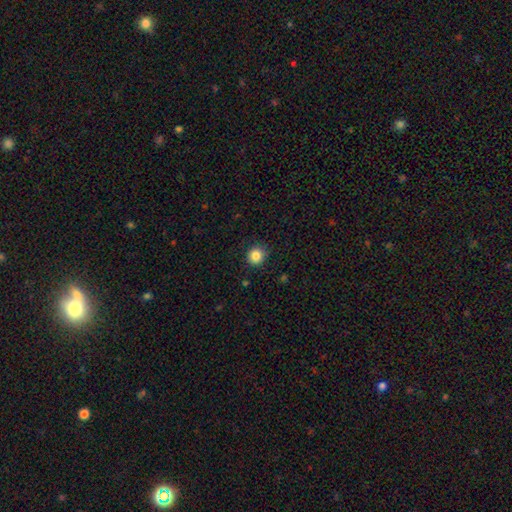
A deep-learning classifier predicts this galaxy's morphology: Smooth or featured? smooth (85%)
How rounded? round (90%)
Merging? none (88%)